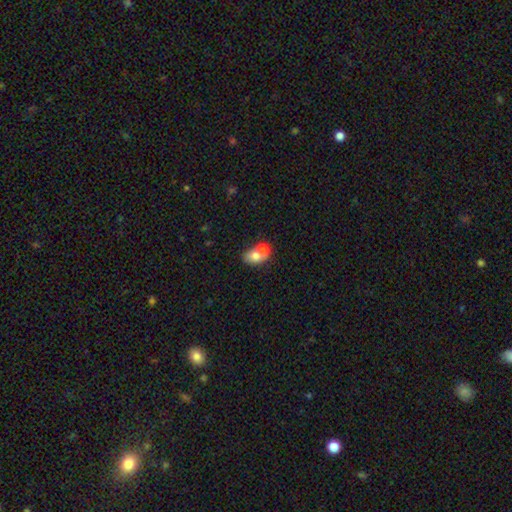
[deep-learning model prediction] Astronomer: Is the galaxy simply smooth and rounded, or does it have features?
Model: smooth — 69%.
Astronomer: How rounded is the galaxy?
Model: in between — 56% (runner-up: round, 43%).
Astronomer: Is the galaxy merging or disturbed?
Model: merger — 62%.